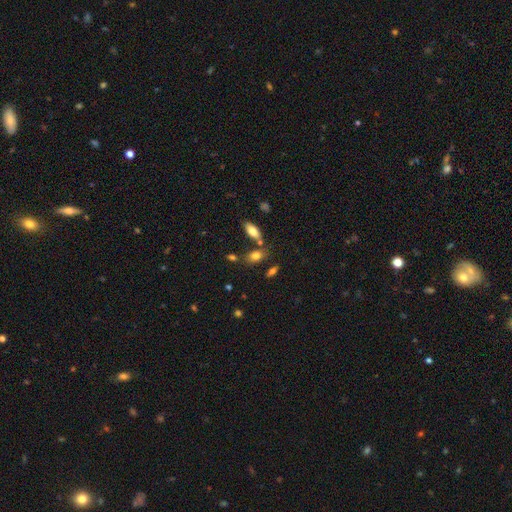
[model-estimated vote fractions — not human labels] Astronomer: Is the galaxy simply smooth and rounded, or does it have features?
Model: smooth — 77%.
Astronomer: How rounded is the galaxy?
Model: in between — 85%.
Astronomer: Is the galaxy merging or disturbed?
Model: none — 68%.